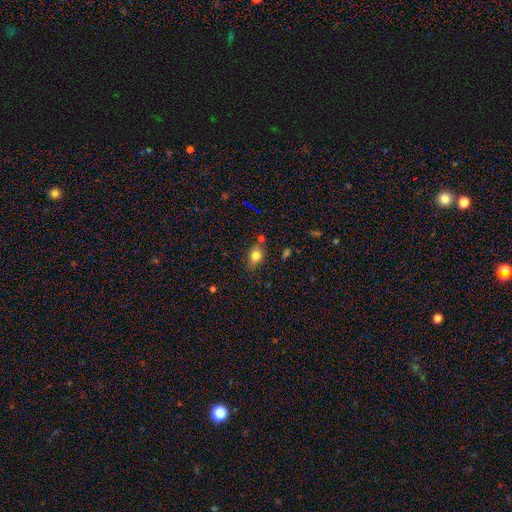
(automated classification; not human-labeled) This appears to be a smooth galaxy with no disk features (78%) that is in between round and cigar-shaped (69%). Merging: none (71%).